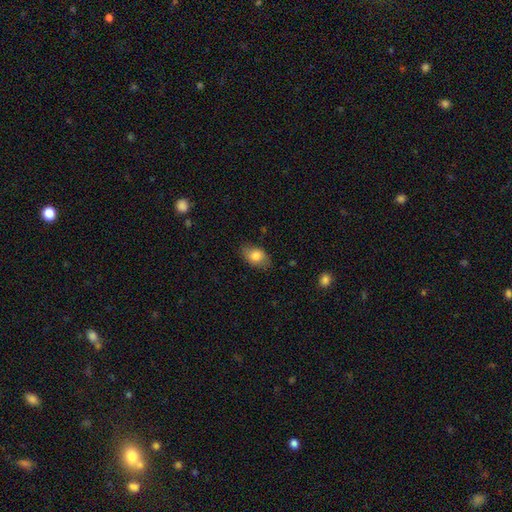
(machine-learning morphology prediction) Overall: smooth (81%). How rounded: in between (84%). Merging: none (79%).